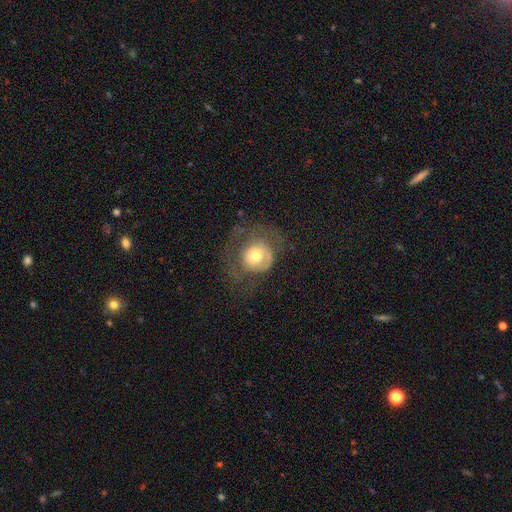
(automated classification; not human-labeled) Smooth or featured? smooth (48%)
Merging? major disturbance (39%)